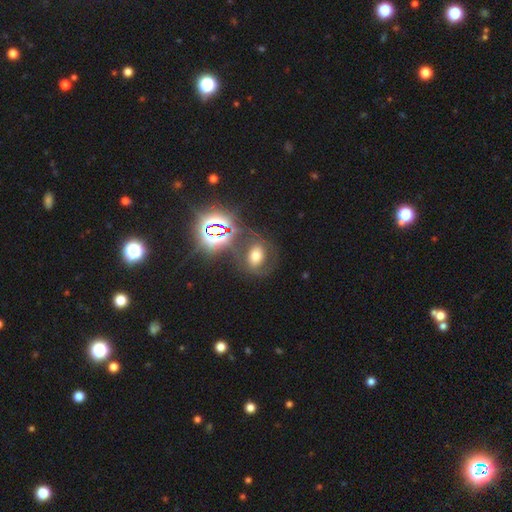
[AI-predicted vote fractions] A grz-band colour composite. It shows a smooth galaxy with no disk features (40%). Merging: none (66%).